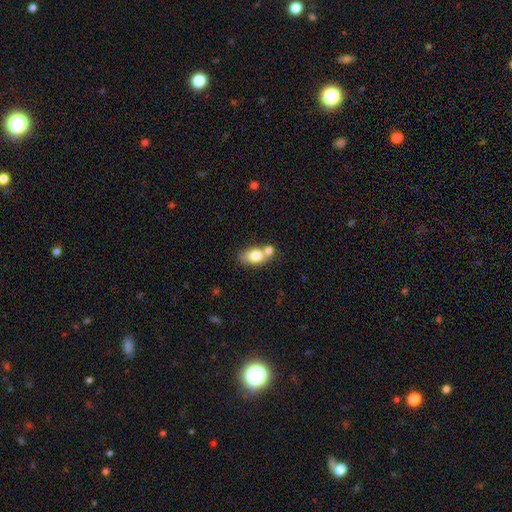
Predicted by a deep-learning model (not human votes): The model was most divided on "merging": merger: 43%, none: 40%, minor disturbance: 12%, major disturbance: 4%. More confident: how rounded — in between (82%); smooth or featured — smooth (76%).